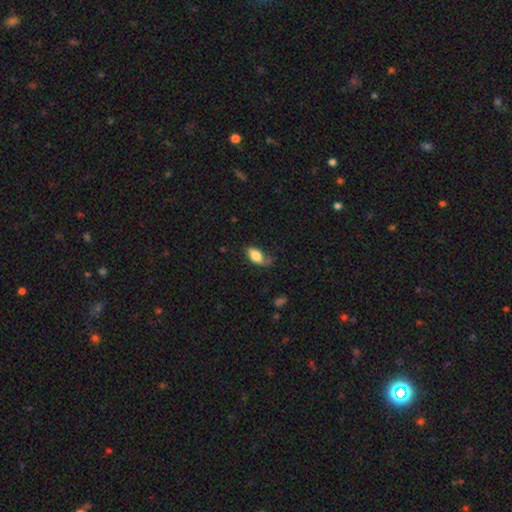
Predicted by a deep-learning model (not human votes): Smooth or featured: smooth — 77% (featured or disk — 16%)
How rounded: in between — 89% (cigar-shaped — 7%)
Merging: none — 49% (minor disturbance — 34%)